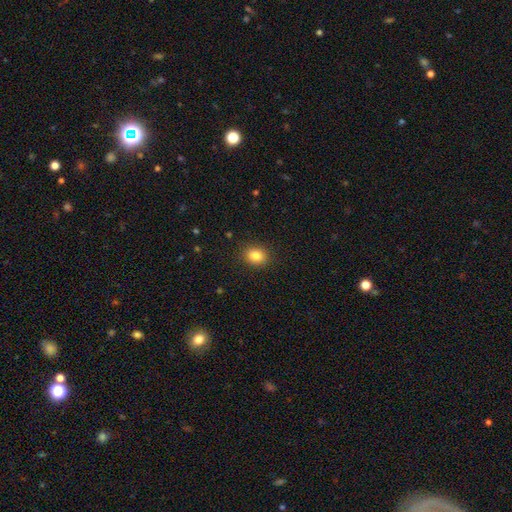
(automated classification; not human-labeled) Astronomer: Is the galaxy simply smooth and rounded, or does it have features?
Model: smooth — 84%.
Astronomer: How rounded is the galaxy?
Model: round — 55% (runner-up: in between, 45%).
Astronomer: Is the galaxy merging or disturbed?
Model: none — 89%.